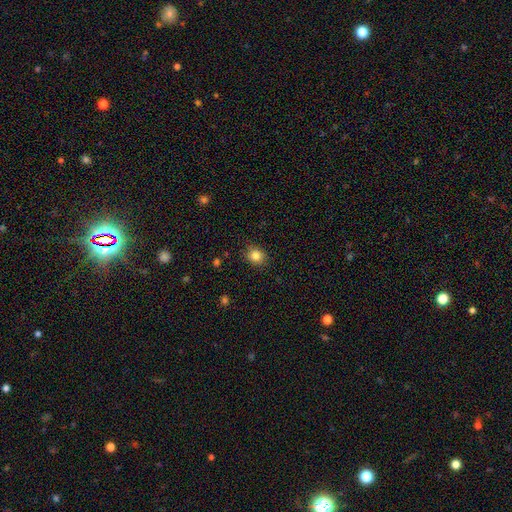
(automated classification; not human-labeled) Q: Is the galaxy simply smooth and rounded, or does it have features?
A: smooth — 84%.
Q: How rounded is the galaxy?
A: round — 74%.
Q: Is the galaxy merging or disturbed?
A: none — 88%.